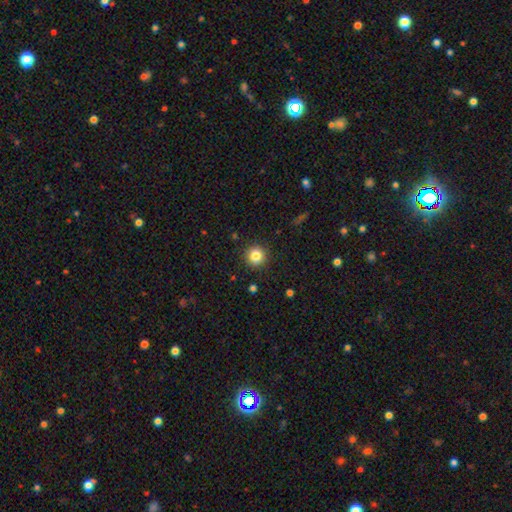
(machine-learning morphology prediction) Q: Smooth or featured?
A: smooth (83%); runner-up: star or artifact (11%)
Q: How rounded?
A: round (95%); runner-up: in between (4%)
Q: Merging?
A: none (92%); runner-up: minor disturbance (5%)